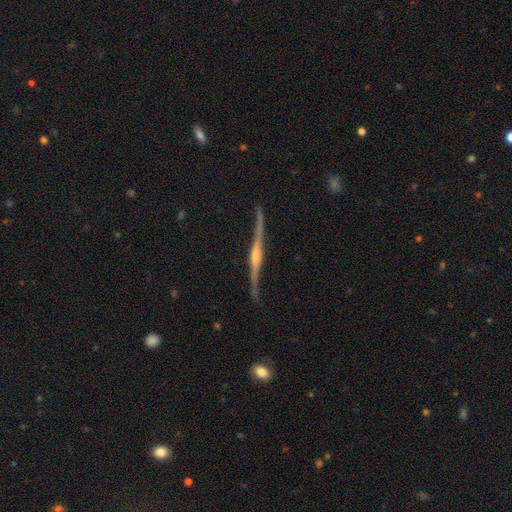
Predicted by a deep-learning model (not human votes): Overall: featured or disk (88%). Edge-on disk: yes (98%). Edge-on bulge: rounded (85%). Merging: none (88%).